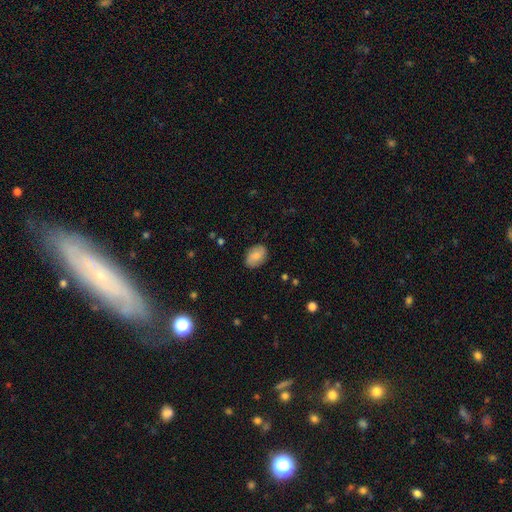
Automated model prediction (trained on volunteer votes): smooth-or-featured: smooth: 72% | featured or disk: 20% | star or artifact: 7%
  how-rounded: in between: 83% | round: 16% | cigar-shaped: 1%
  merging: none: 85% | minor disturbance: 11% | major disturbance: 3% | merger: 1%